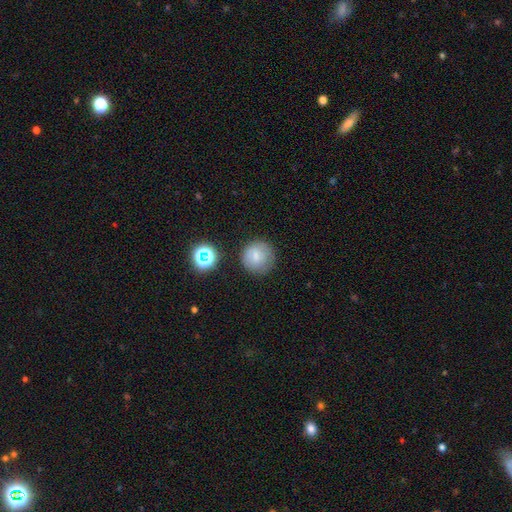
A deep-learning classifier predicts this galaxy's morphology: Smooth or featured: smooth — 71% (featured or disk — 16%)
How rounded: round — 92% (in between — 7%)
Merging: none — 77% (minor disturbance — 15%)